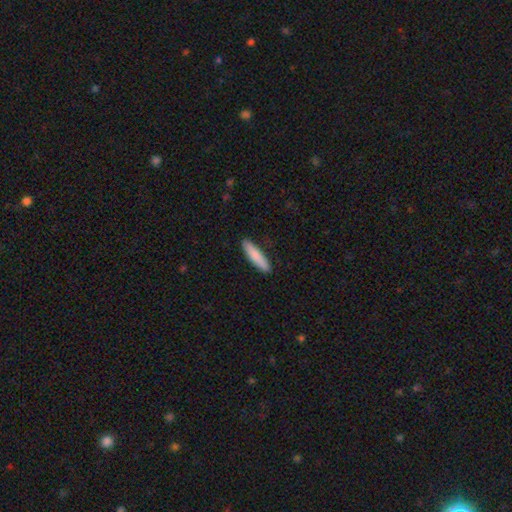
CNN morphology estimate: The model was most divided on "how rounded": cigar-shaped: 81%, in between: 18%, round: 1%. More confident: merging — none (90%); smooth or featured — smooth (85%).